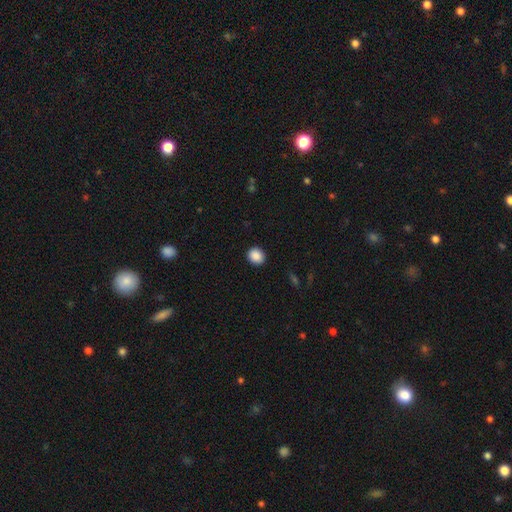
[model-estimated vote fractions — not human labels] Overall: smooth (89%). How rounded: round (80%). Merging: none (92%).